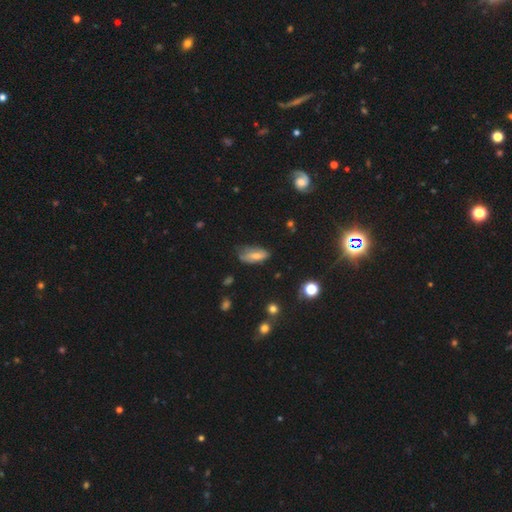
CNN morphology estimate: Smooth or featured?
  - smooth: 63% *
  - featured or disk: 28%
  - star or artifact: 9%
How rounded?
  - in between: 81% *
  - cigar-shaped: 15%
  - round: 3%
Merging?
  - none: 55% *
  - minor disturbance: 32%
  - major disturbance: 10%
  - merger: 2%